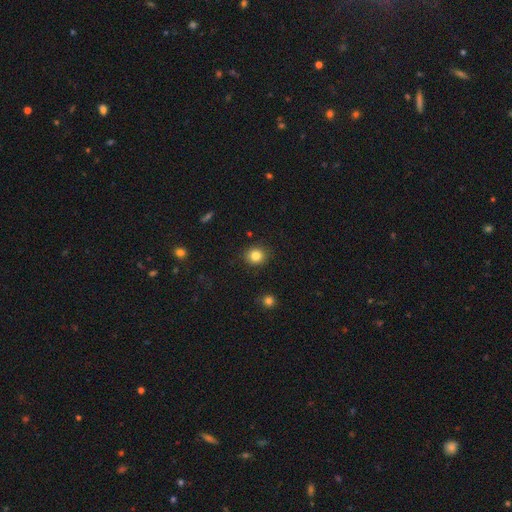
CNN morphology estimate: Overall: smooth (83%). How rounded: round (84%). Merging: none (90%).